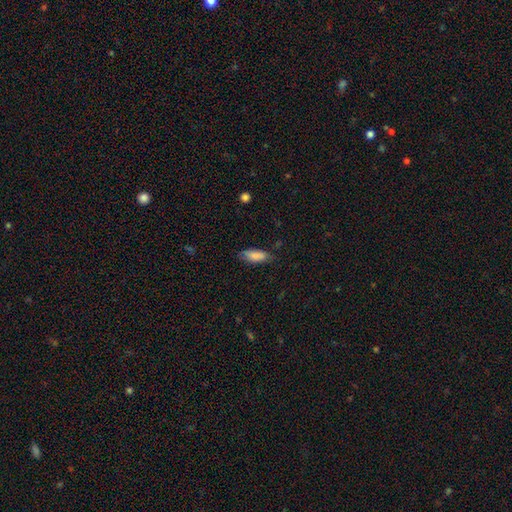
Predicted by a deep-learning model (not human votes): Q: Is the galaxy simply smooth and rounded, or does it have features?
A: smooth — 84%.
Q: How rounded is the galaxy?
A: in between — 75%.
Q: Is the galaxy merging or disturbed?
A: none — 68%.